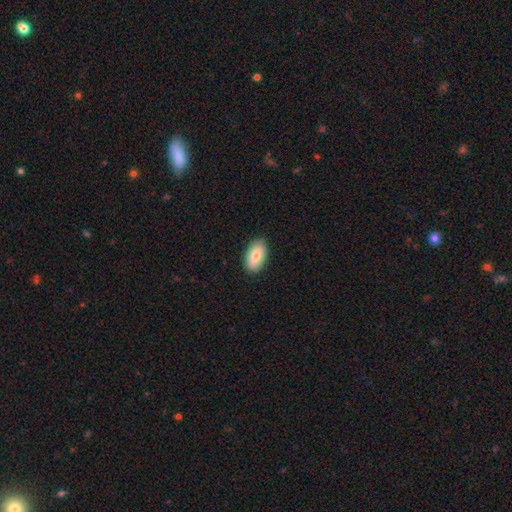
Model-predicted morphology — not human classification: This appears to be a smooth galaxy with no disk features (81%) that is in between round and cigar-shaped (94%). Merging: none (88%).